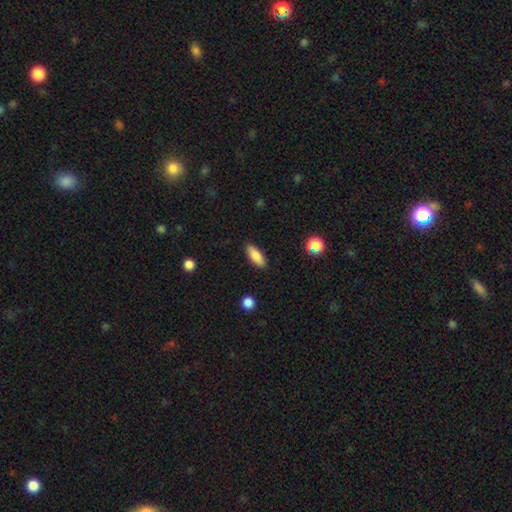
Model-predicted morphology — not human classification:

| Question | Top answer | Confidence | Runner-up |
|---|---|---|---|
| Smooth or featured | smooth | 86% | star or artifact (7%) |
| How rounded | in between | 79% | cigar-shaped (18%) |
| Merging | none | 87% | minor disturbance (9%) |